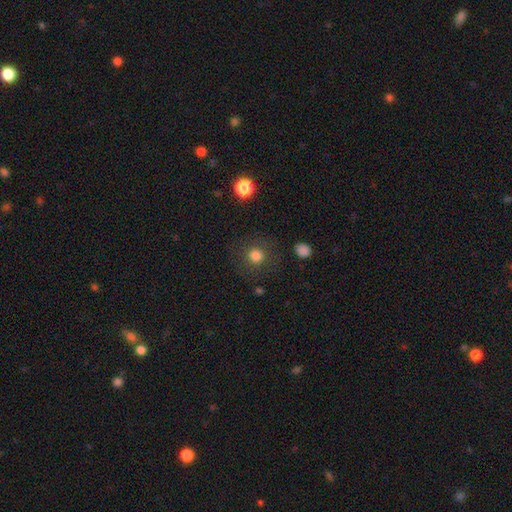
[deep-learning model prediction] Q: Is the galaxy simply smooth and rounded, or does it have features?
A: smooth — 80%.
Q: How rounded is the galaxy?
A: round — 92%.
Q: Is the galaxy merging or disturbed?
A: none — 85%.